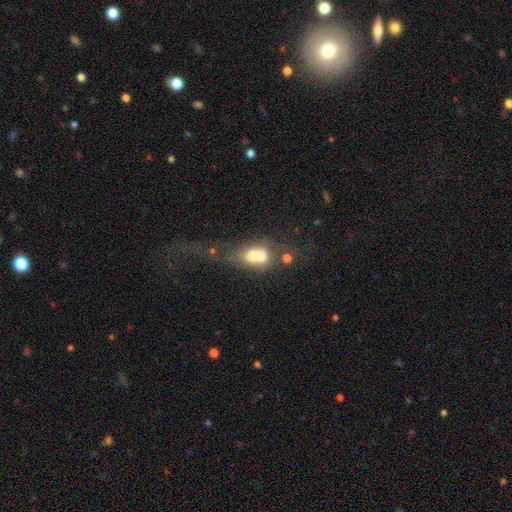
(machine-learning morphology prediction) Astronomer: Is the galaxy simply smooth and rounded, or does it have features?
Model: smooth — 62%.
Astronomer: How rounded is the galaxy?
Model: in between — 59% (runner-up: round, 38%).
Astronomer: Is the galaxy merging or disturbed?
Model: merger — 63%.